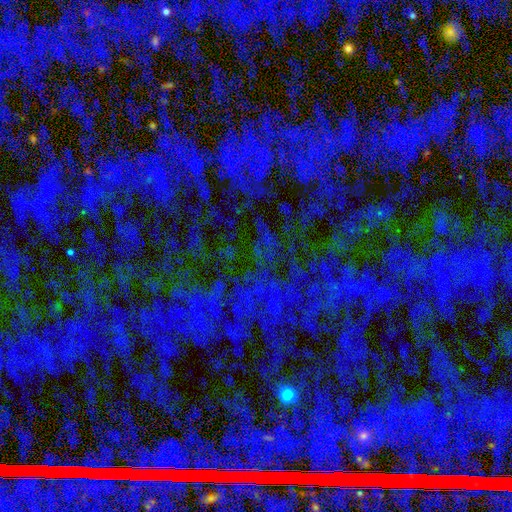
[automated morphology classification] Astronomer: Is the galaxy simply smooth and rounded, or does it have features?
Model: star or artifact — 80%.